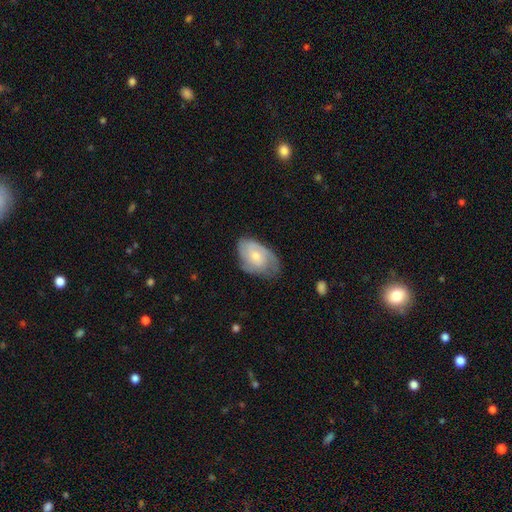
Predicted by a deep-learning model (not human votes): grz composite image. It shows a featured or disk galaxy (62%) with no bar (71%), tight (52%) spiral arms (87%) and a moderate central bulge (50%). Merging: none (58%).